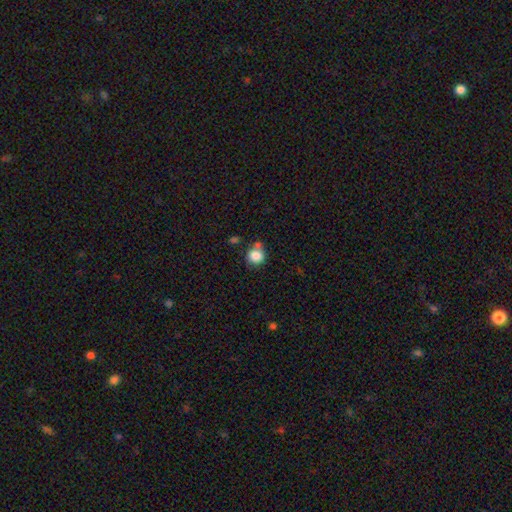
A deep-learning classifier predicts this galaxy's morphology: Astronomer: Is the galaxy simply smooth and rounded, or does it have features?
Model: smooth — 85%.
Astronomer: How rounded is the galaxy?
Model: round — 86%.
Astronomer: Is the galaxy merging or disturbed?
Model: none — 65%.